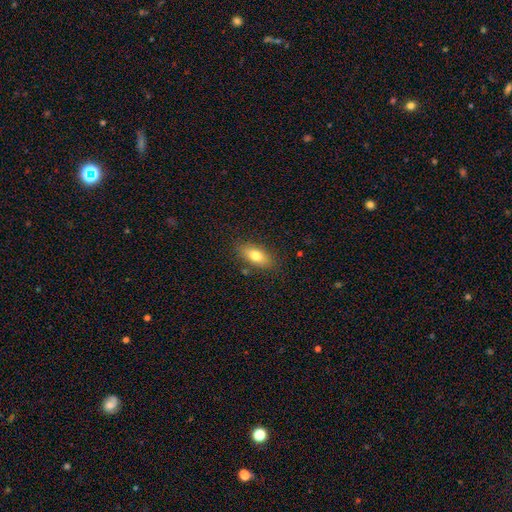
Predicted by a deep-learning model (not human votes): smooth 76%, featured or disk 16%, star or artifact 8%. Down the decision tree: how rounded — in between (84%); merging — none (83%).